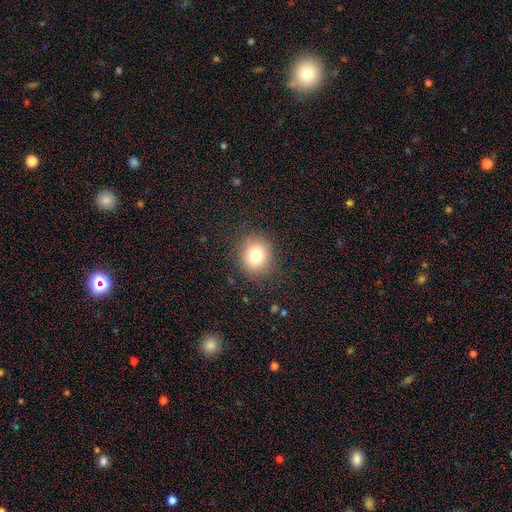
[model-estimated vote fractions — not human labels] This is likely a smooth galaxy (78%). How rounded: likely round (77%). Merging: clearly none (87%).